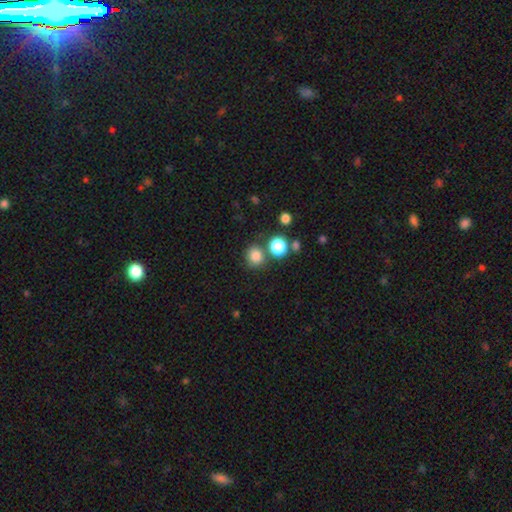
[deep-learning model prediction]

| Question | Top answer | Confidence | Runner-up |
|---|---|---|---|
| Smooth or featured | smooth | 82% | star or artifact (13%) |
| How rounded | round | 85% | in between (14%) |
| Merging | none | 71% | merger (16%) |